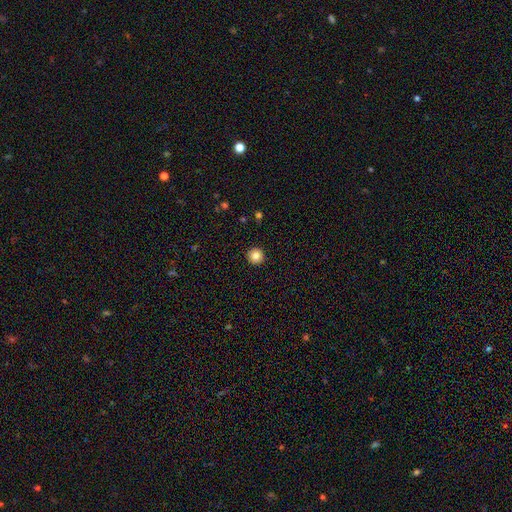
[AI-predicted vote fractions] smooth-or-featured: smooth: 84% | star or artifact: 10% | featured or disk: 6%
  how-rounded: round: 96% | in between: 3% | cigar-shaped: 1%
  merging: none: 93% | minor disturbance: 4% | major disturbance: 2% | merger: 1%